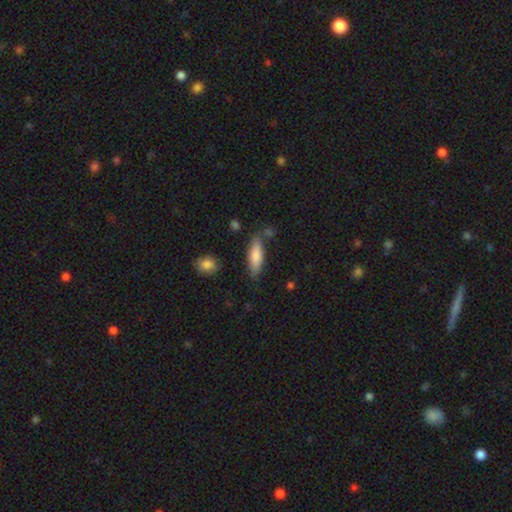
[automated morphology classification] Smooth or featured? smooth (80%)
How rounded? cigar-shaped (51%)
Merging? none (74%)